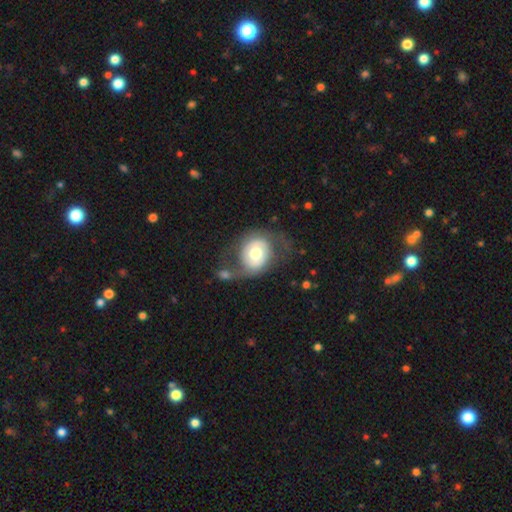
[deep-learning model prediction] Q: Smooth or featured?
A: featured or disk (57%); runner-up: smooth (36%)
Q: Edge-on disk?
A: no (96%); runner-up: yes (4%)
Q: Bar?
A: no (69%); runner-up: weak (22%)
Q: Spiral arms?
A: yes (61%); runner-up: no (39%)
Q: Bulge size?
A: moderate (69%); runner-up: large (16%)
Q: Merging?
A: none (50%); runner-up: major disturbance (21%)